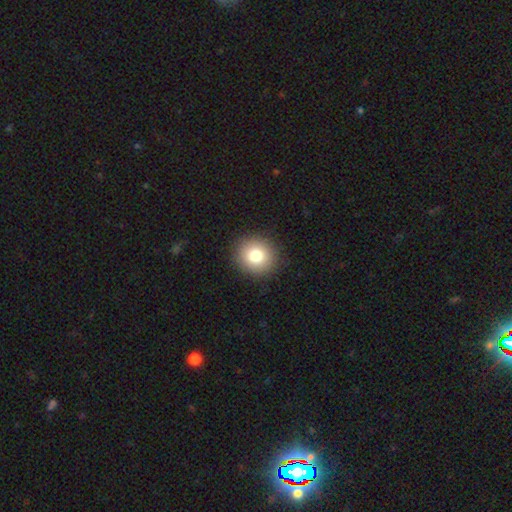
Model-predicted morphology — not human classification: The model was most divided on "smooth or featured": smooth: 80%, star or artifact: 11%, featured or disk: 9%. More confident: merging — none (91%); how rounded — round (90%).